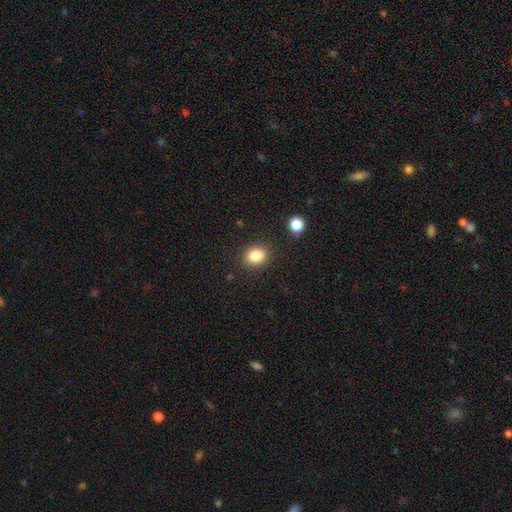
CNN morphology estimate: smooth_or_featured: smooth (p=0.84) [alt: star or artifact p=0.10]
how_rounded: round (p=0.55) [alt: in between p=0.44]
merging: none (p=0.86) [alt: minor disturbance p=0.09]